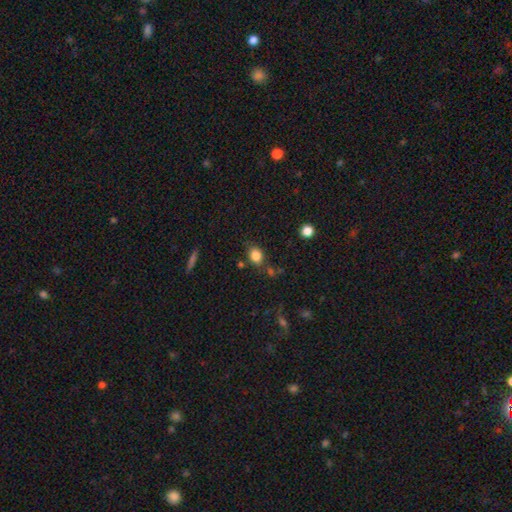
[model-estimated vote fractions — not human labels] Smooth or featured: smooth — 84% (star or artifact — 11%)
How rounded: in between — 56% (round — 43%)
Merging: none — 75% (minor disturbance — 14%)